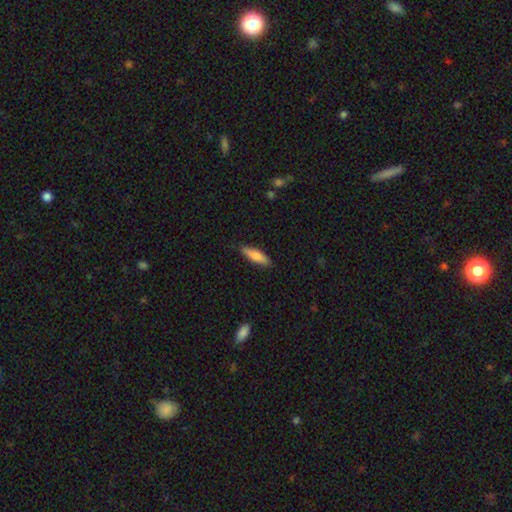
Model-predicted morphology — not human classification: This appears to be a smooth galaxy with no disk features (76%) that is cigar-shaped (64%). Merging: none (86%).